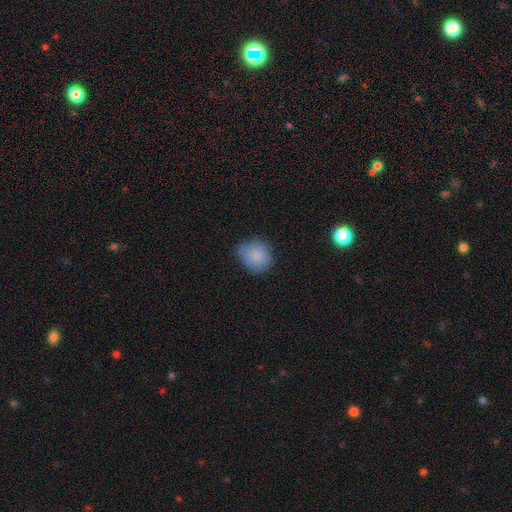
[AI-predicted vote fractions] Smooth or featured: smooth — 82% (featured or disk — 10%)
How rounded: round — 74% (in between — 25%)
Merging: none — 65% (minor disturbance — 26%)